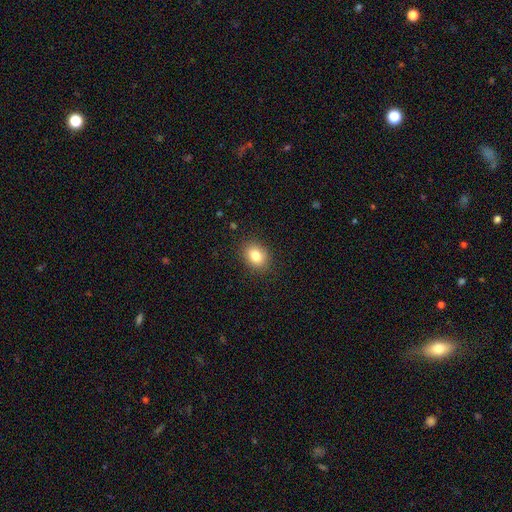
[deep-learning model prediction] smooth-or-featured: smooth: 82% | star or artifact: 10% | featured or disk: 8%
  how-rounded: in between: 56% | round: 43% | cigar-shaped: 1%
  merging: none: 88% | minor disturbance: 9% | major disturbance: 2% | merger: 1%